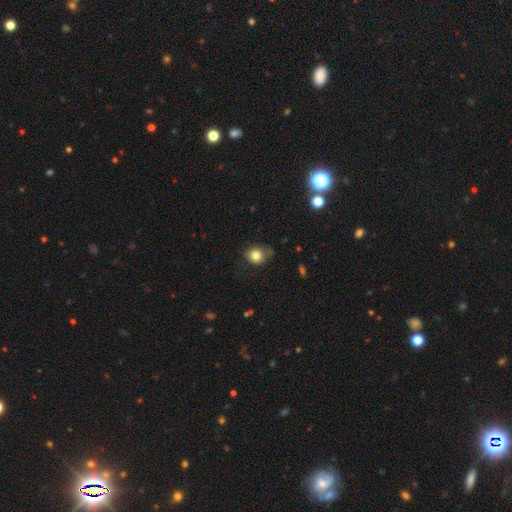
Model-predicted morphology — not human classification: The model was most divided on "merging": none: 62%, minor disturbance: 28%, major disturbance: 9%, merger: 2%. More confident: smooth or featured — smooth (80%); how rounded — round (70%).